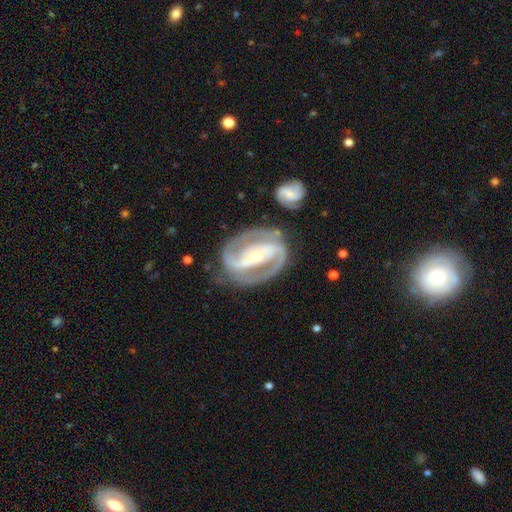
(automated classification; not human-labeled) This is clearly a featured or disk galaxy (91%). It is clearly not viewed edge-on (97%). Bar: possibly strong (59%). Spiral arm pattern: clearly yes (97%). Spiral arm count: clearly 2 (92%). Spiral winding: possibly medium (49%). Central bulge: possibly small (51%). Merging: likely none (78%).